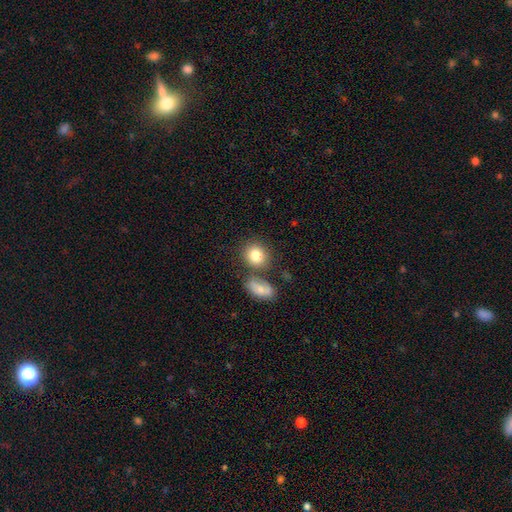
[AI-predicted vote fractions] Smooth or featured? smooth (83%)
How rounded? round (69%)
Merging? none (66%)